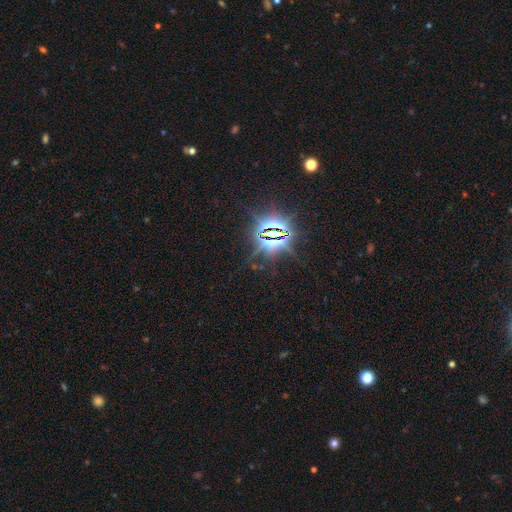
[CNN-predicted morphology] Q: Smooth or featured?
A: star or artifact (85%); runner-up: smooth (8%)